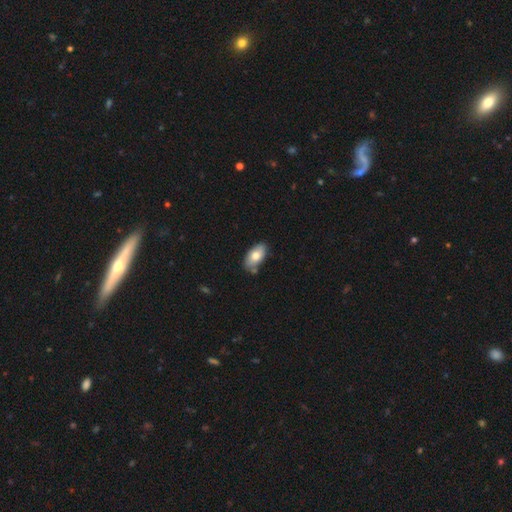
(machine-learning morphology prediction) This appears to be a smooth galaxy with no disk features (74%) that is in between round and cigar-shaped (93%). Merging: none (74%).